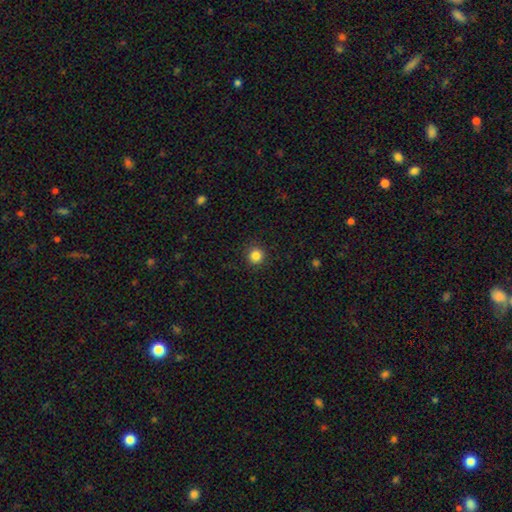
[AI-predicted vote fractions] smooth-or-featured: smooth: 84% | star or artifact: 12% | featured or disk: 4%
  how-rounded: round: 94% | in between: 5% | cigar-shaped: 1%
  merging: none: 91% | minor disturbance: 6% | major disturbance: 2% | merger: 1%